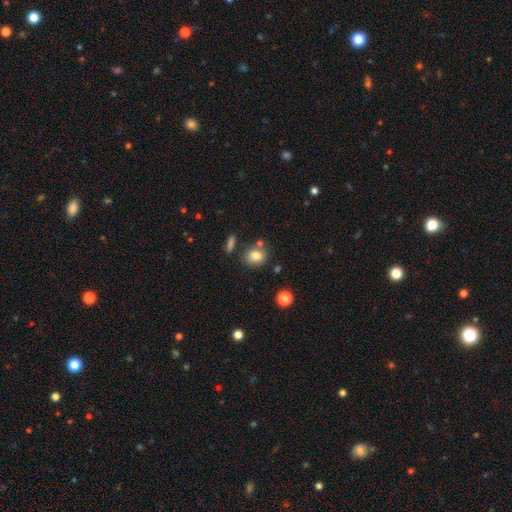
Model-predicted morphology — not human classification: A smooth galaxy with no disk features (81%) that is round (53%). Merging: none (69%).